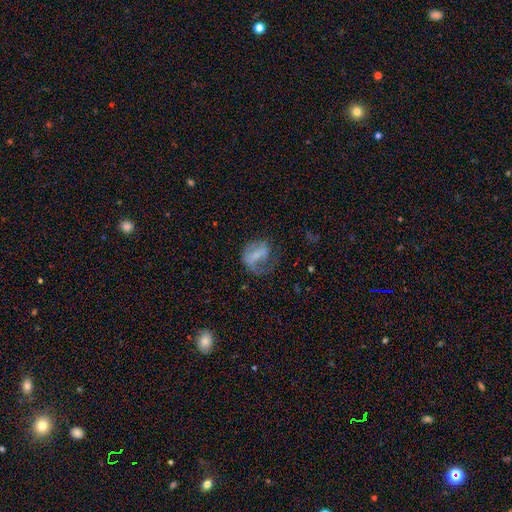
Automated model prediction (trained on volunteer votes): Smooth or featured? Predicted: smooth (p=0.50). Merging? Predicted: major disturbance (p=0.41).